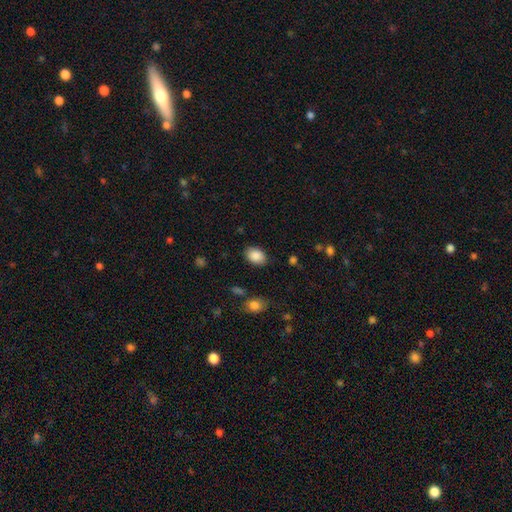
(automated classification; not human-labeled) This is clearly a smooth galaxy (88%). How rounded: likely in between (79%). Merging: clearly none (85%).